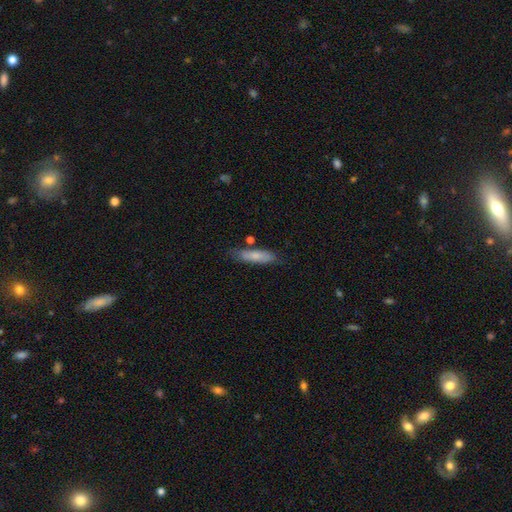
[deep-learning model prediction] Smooth or featured?
  - smooth: 74% *
  - featured or disk: 20%
  - star or artifact: 6%
How rounded?
  - cigar-shaped: 61% *
  - in between: 37%
  - round: 2%
Merging?
  - none: 72% *
  - minor disturbance: 18%
  - merger: 5%
  - major disturbance: 4%